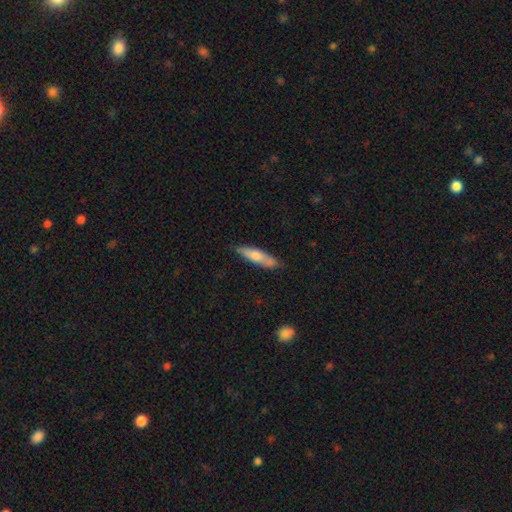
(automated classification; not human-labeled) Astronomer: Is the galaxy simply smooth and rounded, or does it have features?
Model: smooth — 59% (runner-up: featured or disk, 35%).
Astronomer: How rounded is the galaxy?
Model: cigar-shaped — 78%.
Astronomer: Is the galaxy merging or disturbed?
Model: none — 80%.